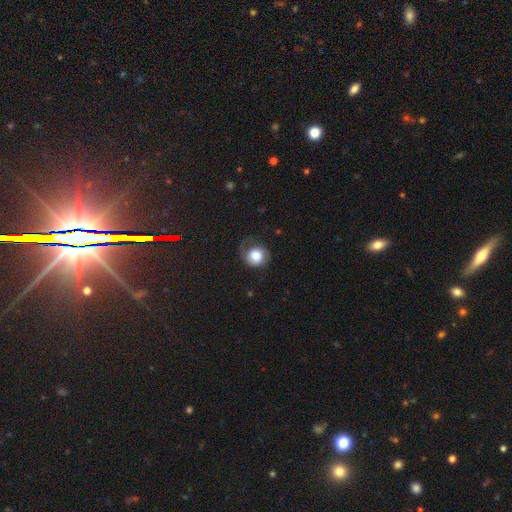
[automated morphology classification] Q: Smooth or featured?
A: smooth (71%); runner-up: featured or disk (20%)
Q: How rounded?
A: round (81%); runner-up: in between (18%)
Q: Merging?
A: none (50%); runner-up: minor disturbance (26%)